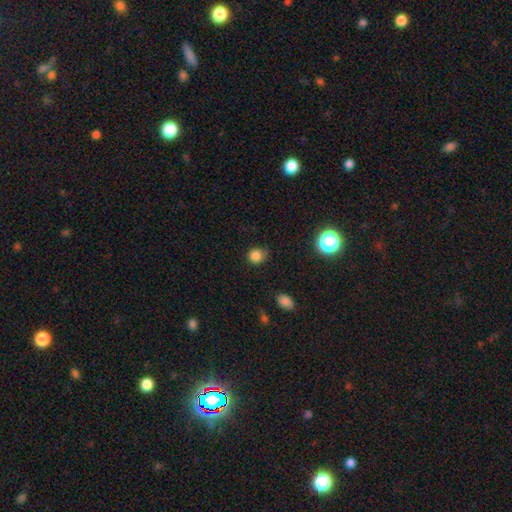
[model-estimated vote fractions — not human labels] Morphology: type=smooth (83%); roundness=round (84%); merging=none (70%).